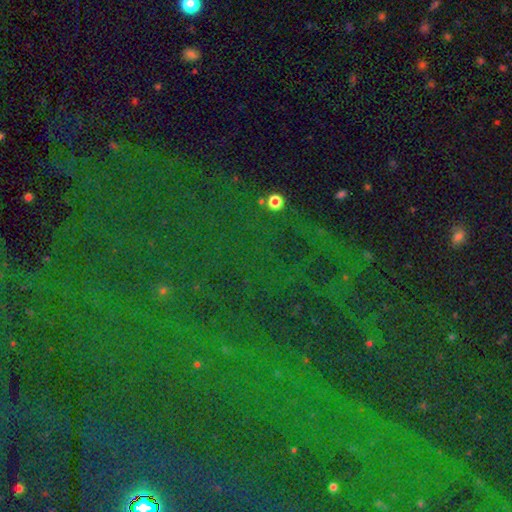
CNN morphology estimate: Smooth or featured?
  - star or artifact: 82% *
  - smooth: 10%
  - featured or disk: 8%